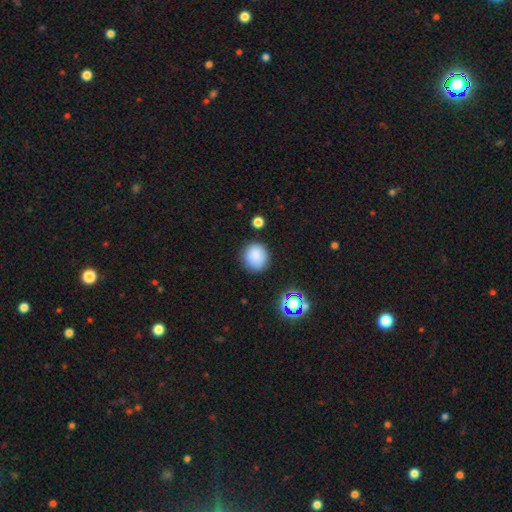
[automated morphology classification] smooth_or_featured: smooth (p=0.84) [alt: star or artifact p=0.11]
how_rounded: round (p=0.84) [alt: in between p=0.15]
merging: none (p=0.84) [alt: minor disturbance p=0.11]